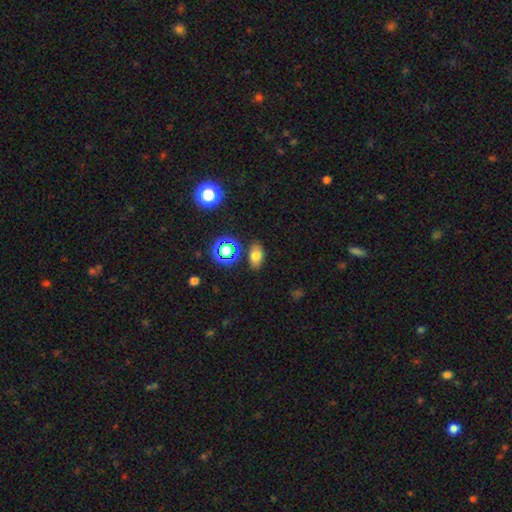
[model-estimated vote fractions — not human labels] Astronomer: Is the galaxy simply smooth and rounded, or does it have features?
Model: smooth — 73%.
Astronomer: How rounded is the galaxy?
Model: in between — 85%.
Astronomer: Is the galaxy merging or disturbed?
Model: none — 83%.